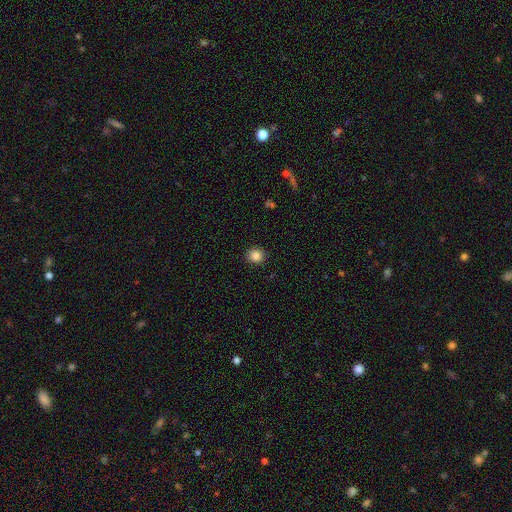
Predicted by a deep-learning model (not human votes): A smooth galaxy with no disk features (86%) that is round (83%).

Vote fractions:
- Smooth or featured? smooth: 86% / star or artifact: 10% / featured or disk: 4%
- How rounded? round: 83% / in between: 16% / cigar-shaped: 1%
- Merging? none: 91% / minor disturbance: 6% / major disturbance: 2% / merger: 1%